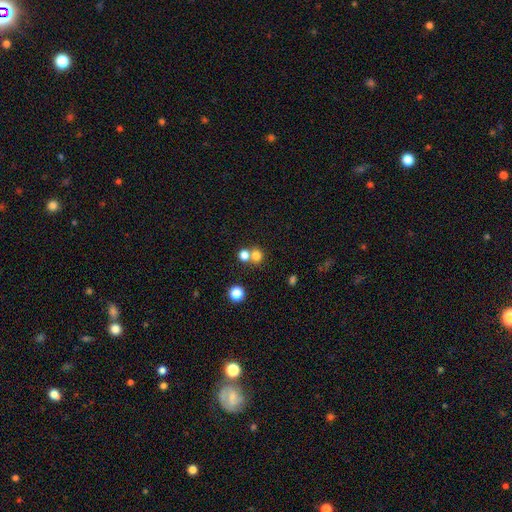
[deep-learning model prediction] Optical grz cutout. It shows a smooth galaxy with no disk features (77%) that is round (82%). Merging: none (50%).